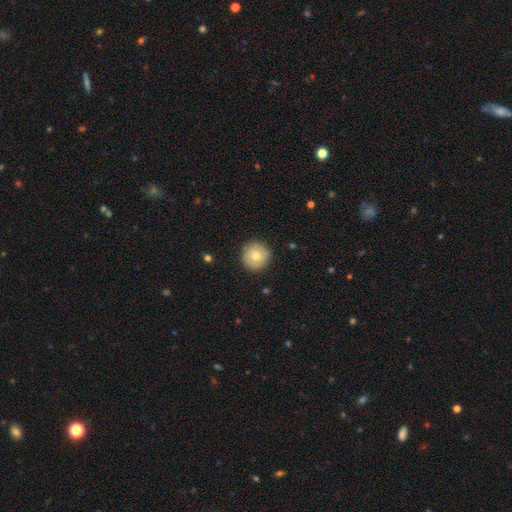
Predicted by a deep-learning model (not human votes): This appears to be a smooth galaxy with no disk features (71%) that is round (96%). Merging: none (90%).